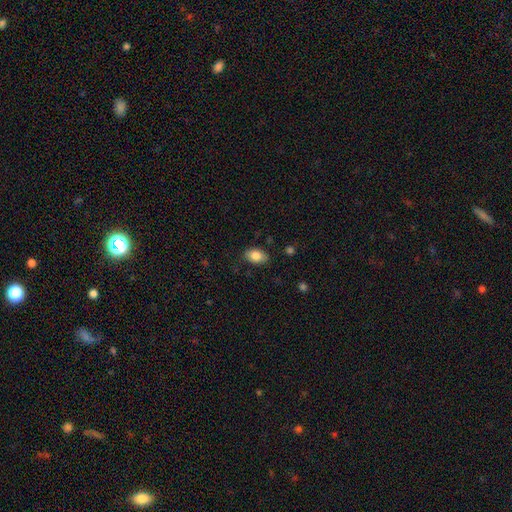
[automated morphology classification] Overall: smooth (85%). How rounded: in between (88%). Merging: none (83%).